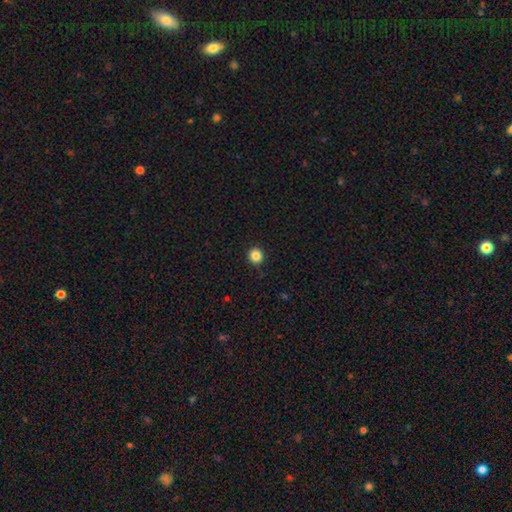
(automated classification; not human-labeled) This is clearly a smooth galaxy (86%). How rounded: clearly round (89%). Merging: clearly none (91%).